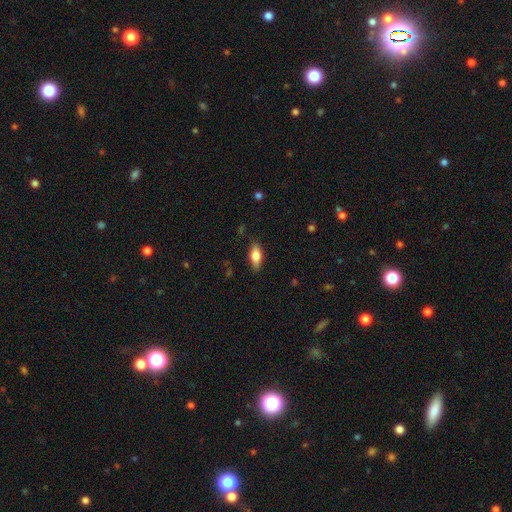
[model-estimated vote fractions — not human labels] Smooth or featured? Predicted: smooth (p=0.74). How rounded? Predicted: in between (p=0.81). Merging? Predicted: none (p=0.82).